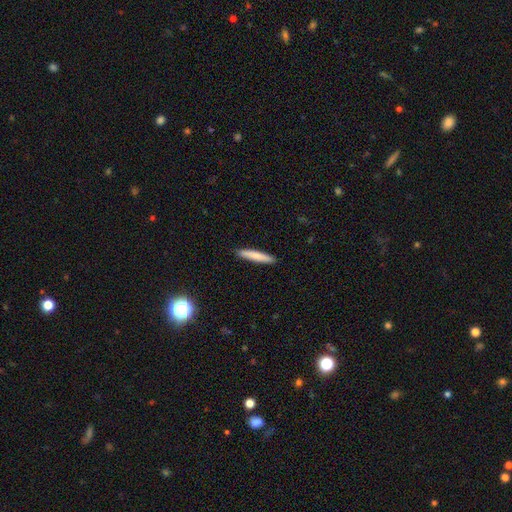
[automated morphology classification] Smooth or featured: smooth — 78% (featured or disk — 16%)
How rounded: cigar-shaped — 92% (in between — 7%)
Merging: none — 91% (minor disturbance — 7%)